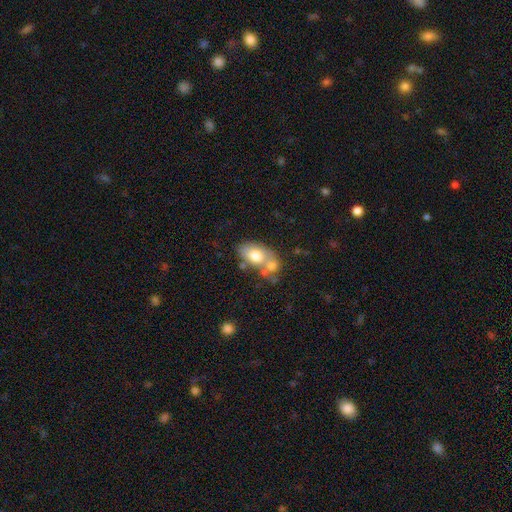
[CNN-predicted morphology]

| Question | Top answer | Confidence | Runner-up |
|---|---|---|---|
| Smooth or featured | smooth | 68% | featured or disk (25%) |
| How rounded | in between | 84% | round (13%) |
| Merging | merger | 47% | none (32%) |